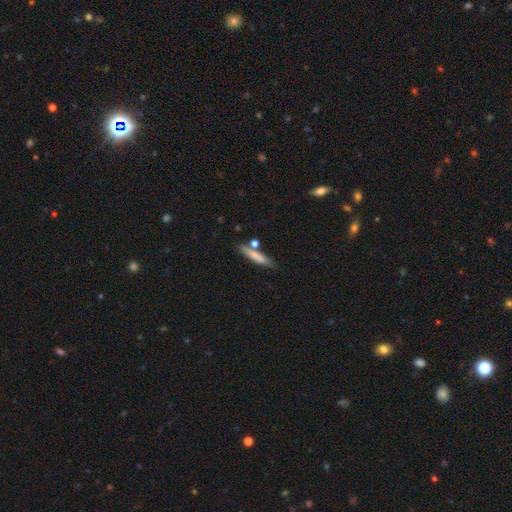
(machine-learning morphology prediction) Smooth or featured?
  - smooth: 73% *
  - featured or disk: 20%
  - star or artifact: 7%
How rounded?
  - cigar-shaped: 85% *
  - in between: 13%
  - round: 2%
Merging?
  - none: 70% *
  - minor disturbance: 14%
  - merger: 12%
  - major disturbance: 4%